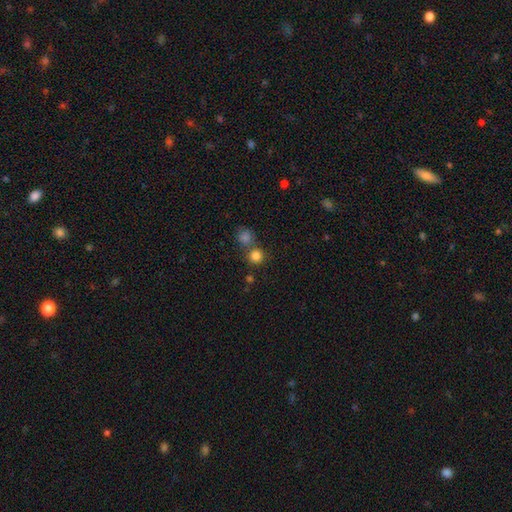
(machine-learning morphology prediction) Q: Smooth or featured?
A: smooth (81%); runner-up: star or artifact (14%)
Q: How rounded?
A: round (91%); runner-up: in between (8%)
Q: Merging?
A: none (64%); runner-up: merger (26%)